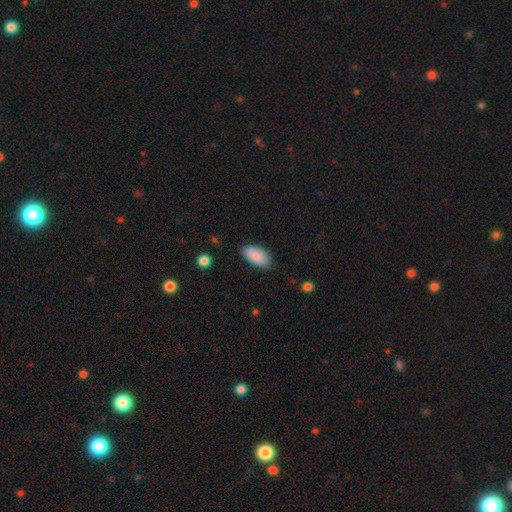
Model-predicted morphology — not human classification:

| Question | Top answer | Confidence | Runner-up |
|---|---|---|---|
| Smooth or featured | smooth | 89% | star or artifact (6%) |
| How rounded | in between | 93% | cigar-shaped (5%) |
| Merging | none | 80% | minor disturbance (16%) |